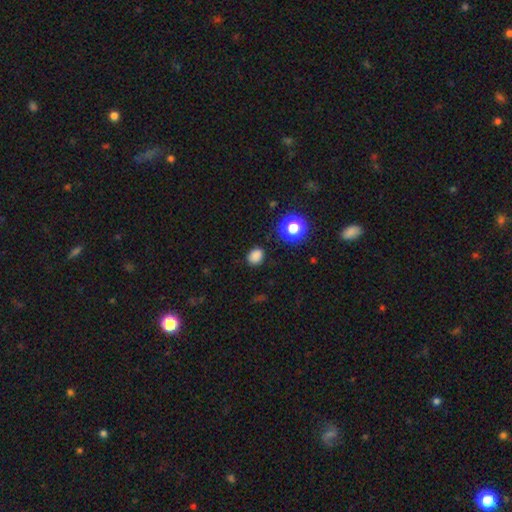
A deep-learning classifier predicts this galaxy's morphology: This is clearly a smooth galaxy (81%). How rounded: possibly in between (52%). Merging: clearly none (83%).